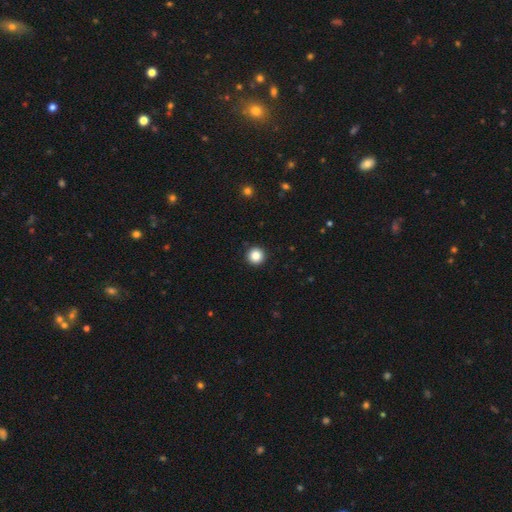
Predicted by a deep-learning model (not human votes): A smooth galaxy with no disk features (85%) that is round (96%). Merging: none (93%).